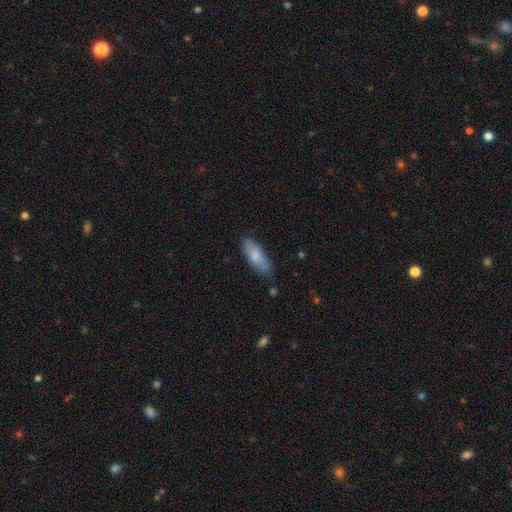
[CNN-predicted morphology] smooth 77%, featured or disk 17%, star or artifact 6%. Down the decision tree: how rounded — in between (68%); merging — none (75%).